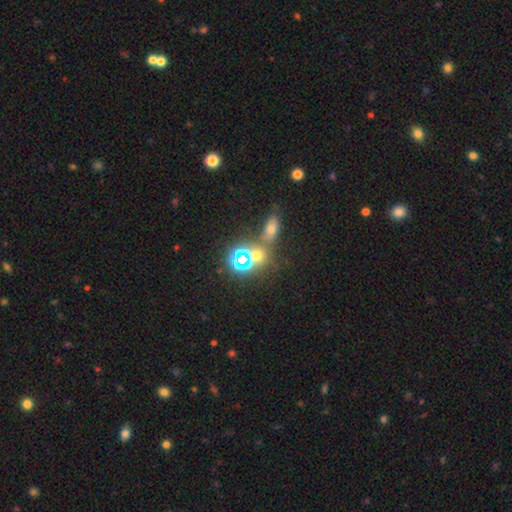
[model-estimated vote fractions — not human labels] A star or artifact, not a galaxy (55%).

Vote fractions:
- Smooth or featured? star or artifact: 55% / smooth: 35% / featured or disk: 9%